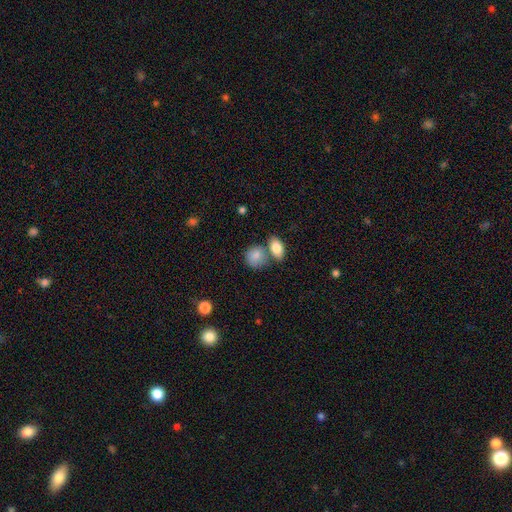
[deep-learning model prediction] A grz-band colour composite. It shows a smooth galaxy with no disk features (83%) that is round (60%). Merging: none (49%).